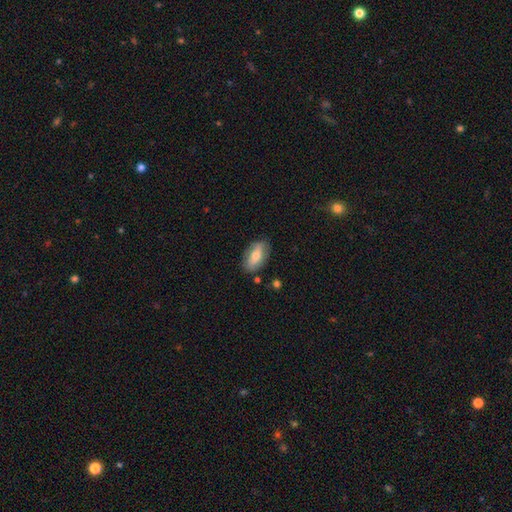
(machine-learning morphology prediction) Smooth or featured: smooth — 62% (featured or disk — 31%)
How rounded: in between — 87% (cigar-shaped — 8%)
Merging: none — 79% (minor disturbance — 15%)